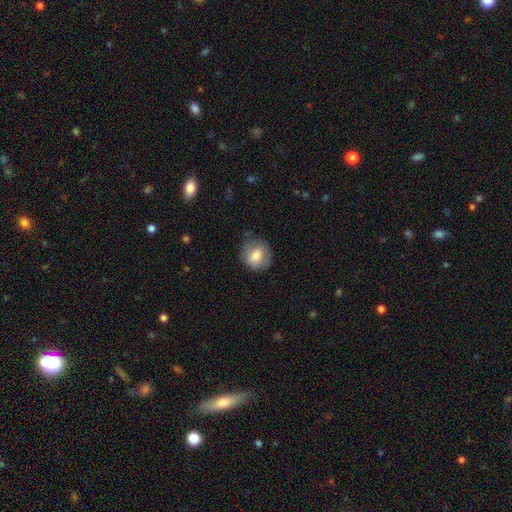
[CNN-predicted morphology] smooth-or-featured: smooth: 74% | featured or disk: 19% | star or artifact: 8%
  how-rounded: round: 75% | in between: 24% | cigar-shaped: 1%
  merging: none: 73% | minor disturbance: 20% | major disturbance: 6% | merger: 1%